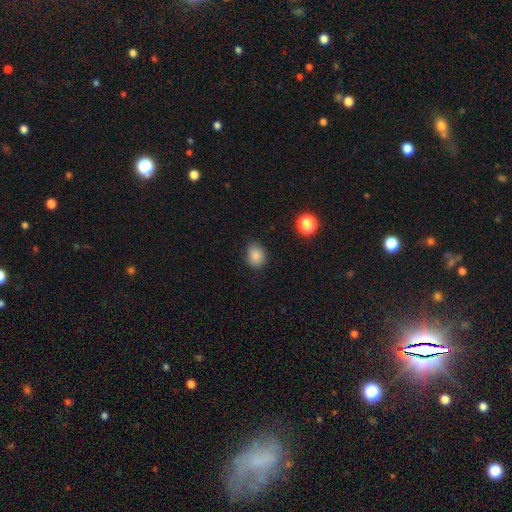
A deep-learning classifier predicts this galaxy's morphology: This appears to be a smooth galaxy with no disk features (84%) that is round (57%). Merging: none (75%).